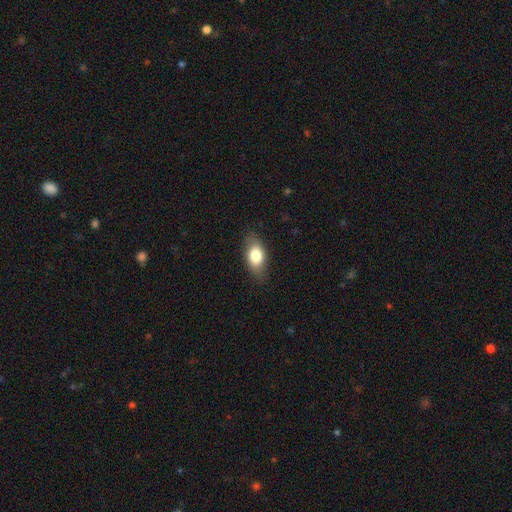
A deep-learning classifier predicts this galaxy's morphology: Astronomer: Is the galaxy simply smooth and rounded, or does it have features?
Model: smooth — 78%.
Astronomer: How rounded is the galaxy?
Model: in between — 87%.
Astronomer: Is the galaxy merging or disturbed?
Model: none — 82%.